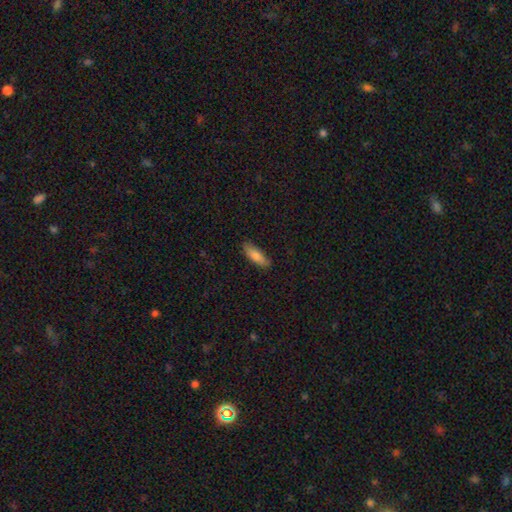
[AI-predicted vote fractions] smooth-or-featured: smooth: 80% | featured or disk: 14% | star or artifact: 6%
  how-rounded: in between: 56% | cigar-shaped: 42% | round: 2%
  merging: none: 87% | minor disturbance: 10% | major disturbance: 2% | merger: 1%